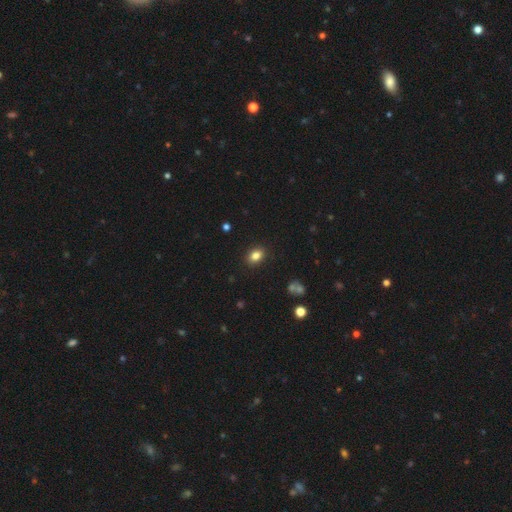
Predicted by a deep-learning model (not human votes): This appears to be a smooth galaxy with no disk features (83%) that is in between round and cigar-shaped (69%). Merging: none (88%).